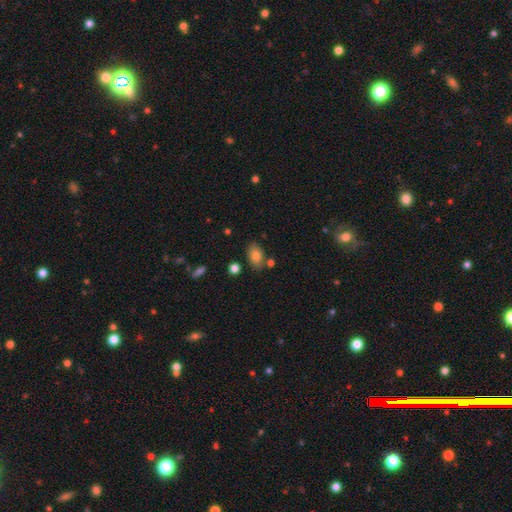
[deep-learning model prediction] A smooth galaxy with no disk features (81%) that is in between round and cigar-shaped (88%).

Vote fractions:
- Smooth or featured? smooth: 81% / featured or disk: 10% / star or artifact: 9%
- How rounded? in between: 88% / round: 10% / cigar-shaped: 2%
- Merging? none: 75% / minor disturbance: 14% / merger: 7% / major disturbance: 3%